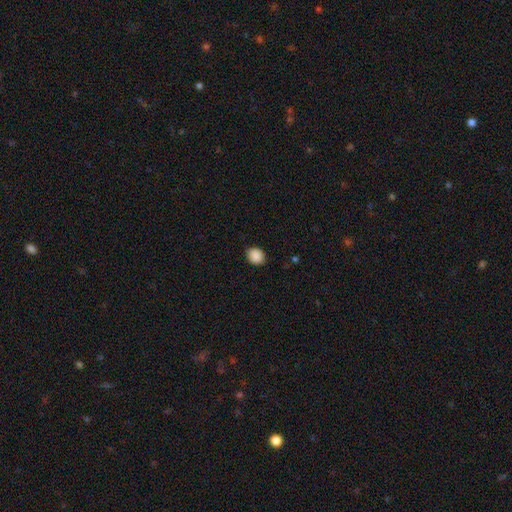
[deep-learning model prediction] smooth_or_featured: smooth (p=0.89) [alt: star or artifact p=0.08]
how_rounded: round (p=0.60) [alt: in between p=0.39]
merging: none (p=0.85) [alt: minor disturbance p=0.11]